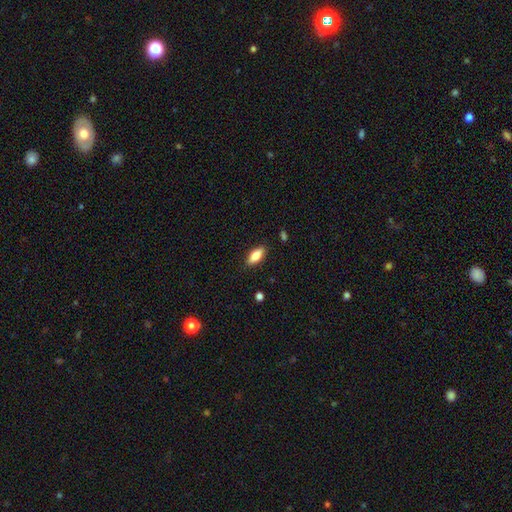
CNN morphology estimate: Smooth or featured? Predicted: smooth (p=0.81). How rounded? Predicted: in between (p=0.81). Merging? Predicted: none (p=0.86).